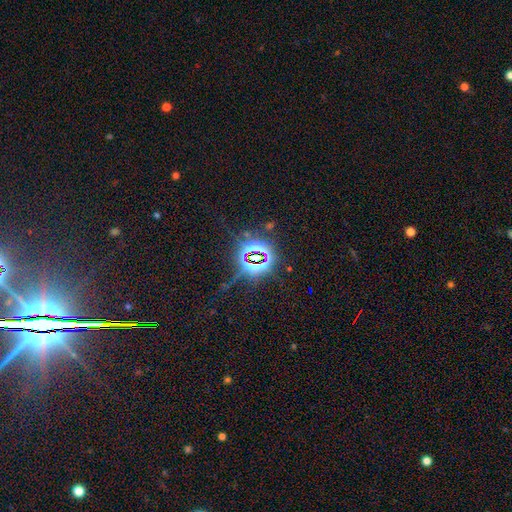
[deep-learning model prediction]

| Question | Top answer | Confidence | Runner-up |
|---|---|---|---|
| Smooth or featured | star or artifact | 82% | smooth (10%) |